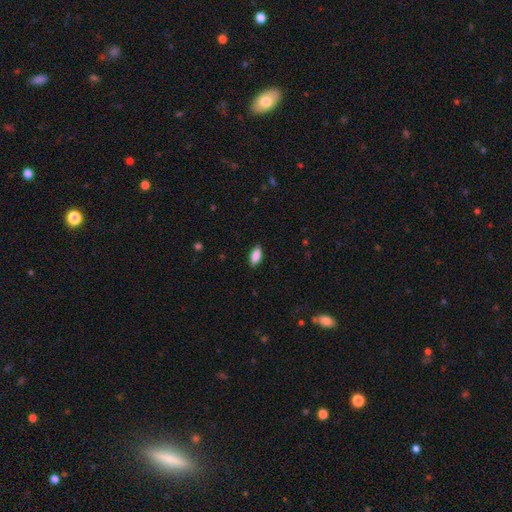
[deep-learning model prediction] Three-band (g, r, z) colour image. It shows a smooth galaxy with no disk features (88%) that is in between round and cigar-shaped (87%). Merging: none (87%).